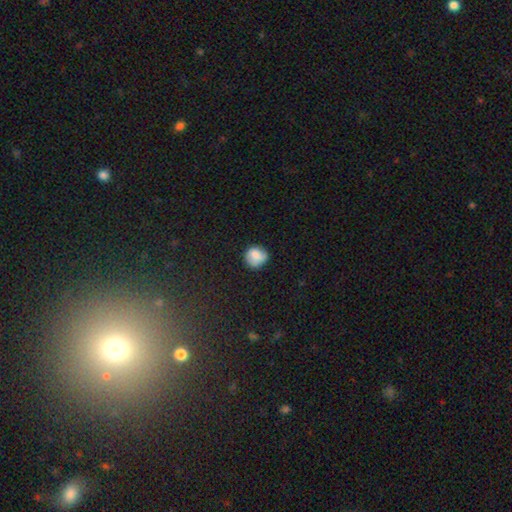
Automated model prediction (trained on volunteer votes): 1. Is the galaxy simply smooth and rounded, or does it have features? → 80% smooth, 11% featured or disk, 9% star or artifact.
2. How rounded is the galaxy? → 86% round, 13% in between, 1% cigar-shaped.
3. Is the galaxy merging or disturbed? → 70% none, 23% minor disturbance, 5% major disturbance, 2% merger.